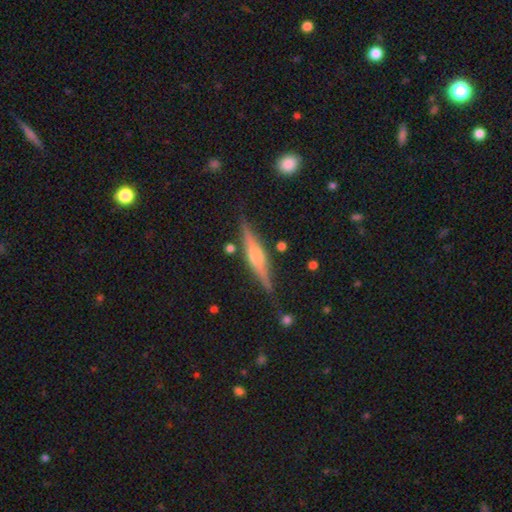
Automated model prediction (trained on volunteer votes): featured or disk 72%, smooth 21%, star or artifact 7%. Down the decision tree: edge-on disk — yes (97%); edge-on bulge — rounded (83%); merging — none (85%).